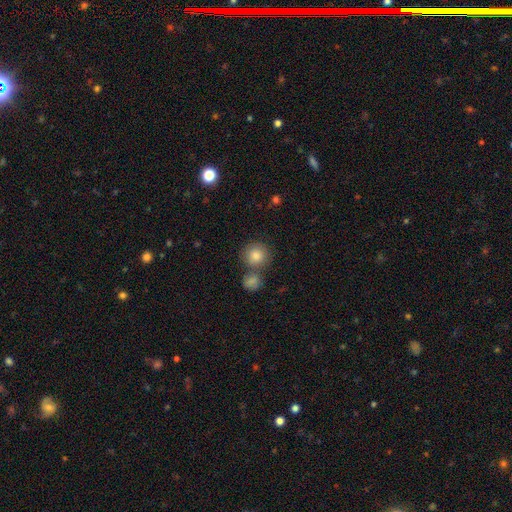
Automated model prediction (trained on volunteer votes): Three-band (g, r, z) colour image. It shows a smooth galaxy with no disk features (82%) that is round (89%). Merging: none (65%).